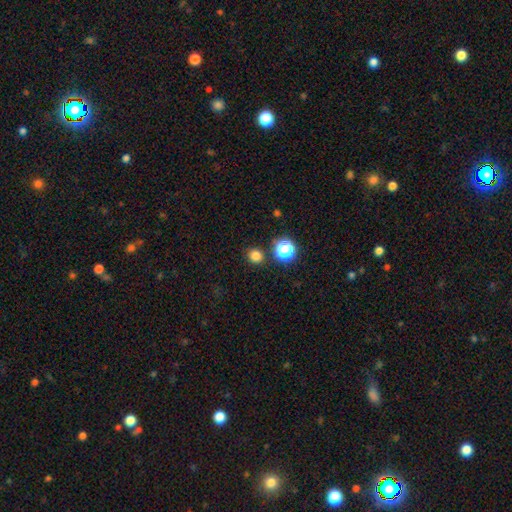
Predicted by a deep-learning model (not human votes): This is likely a smooth galaxy (79%). How rounded: clearly round (86%). Merging: clearly none (86%).